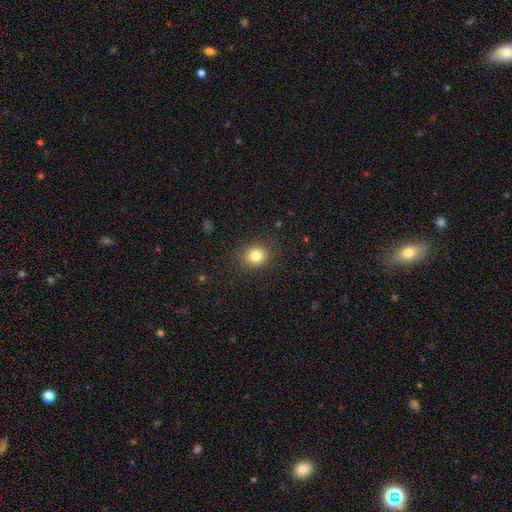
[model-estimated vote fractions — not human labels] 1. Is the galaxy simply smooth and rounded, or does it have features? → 81% smooth, 12% star or artifact, 7% featured or disk.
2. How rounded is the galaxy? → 84% round, 15% in between, 1% cigar-shaped.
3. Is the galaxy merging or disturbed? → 89% none, 7% minor disturbance, 3% major disturbance, 1% merger.